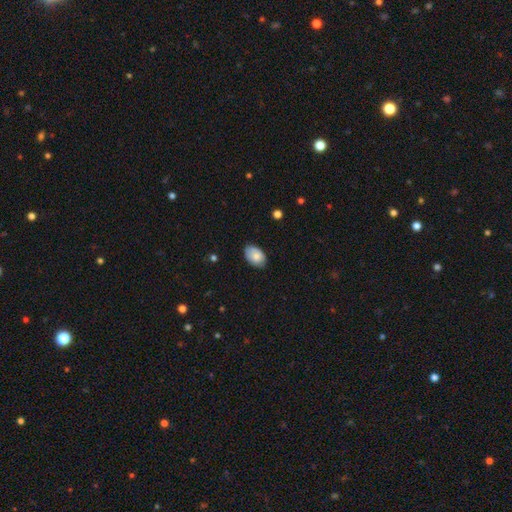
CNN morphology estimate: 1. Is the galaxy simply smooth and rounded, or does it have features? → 79% smooth, 14% featured or disk, 7% star or artifact.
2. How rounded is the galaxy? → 87% in between, 12% round, 1% cigar-shaped.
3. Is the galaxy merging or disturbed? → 72% none, 24% minor disturbance, 3% major disturbance, 1% merger.